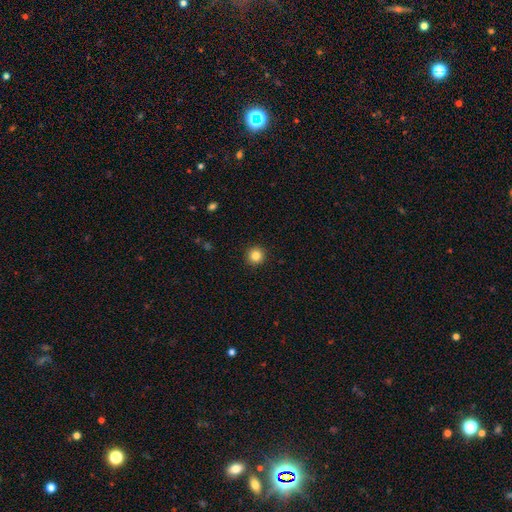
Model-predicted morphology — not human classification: type=smooth (84%); roundness=round (95%); merging=none (93%).